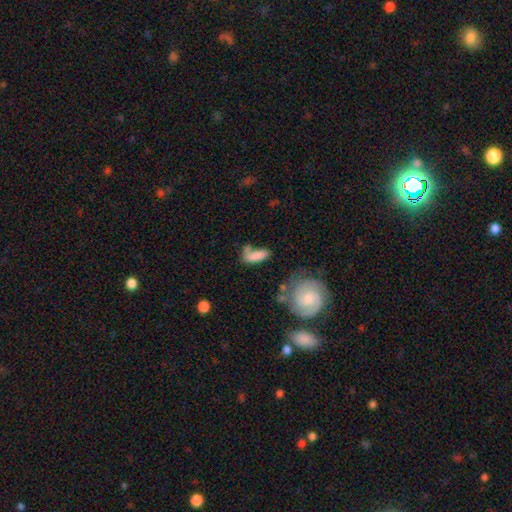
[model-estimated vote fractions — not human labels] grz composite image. It shows a smooth galaxy with no disk features (77%) that is in between round and cigar-shaped (70%). Merging: none (42%).